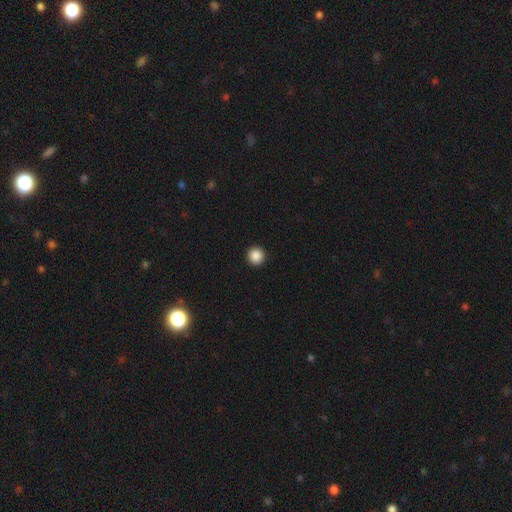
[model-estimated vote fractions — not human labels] A smooth galaxy with no disk features (88%) that is round (96%).

Vote fractions:
- Smooth or featured? smooth: 88% / star or artifact: 10% / featured or disk: 3%
- How rounded? round: 96% / in between: 3% / cigar-shaped: 1%
- Merging? none: 94% / minor disturbance: 4% / major disturbance: 1% / merger: 1%